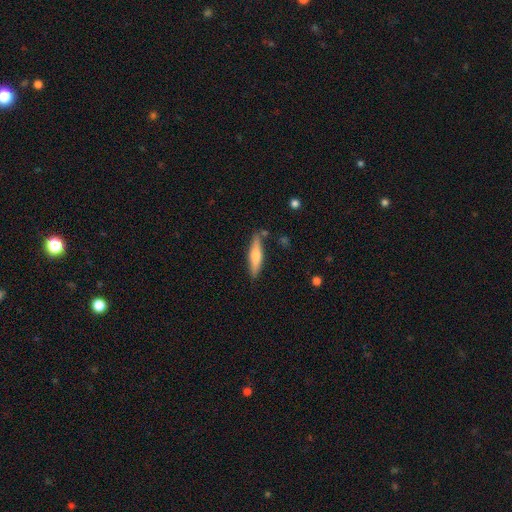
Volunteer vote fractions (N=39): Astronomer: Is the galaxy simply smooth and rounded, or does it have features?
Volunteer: featured or disk — 54% (runner-up: smooth, 44%).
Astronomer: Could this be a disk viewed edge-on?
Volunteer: yes — 90%.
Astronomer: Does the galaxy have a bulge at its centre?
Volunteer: rounded — 95%.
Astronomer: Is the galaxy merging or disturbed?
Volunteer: none — 87%.